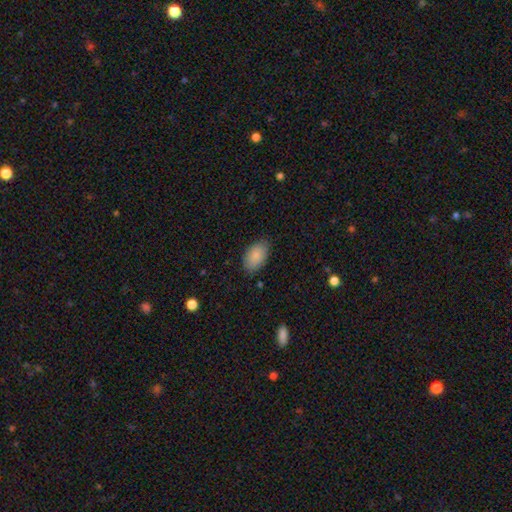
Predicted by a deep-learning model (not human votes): A smooth galaxy with no disk features (88%) that is in between round and cigar-shaped (93%).

Vote fractions:
- Smooth or featured? smooth: 88% / star or artifact: 6% / featured or disk: 5%
- How rounded? in between: 93% / round: 5% / cigar-shaped: 1%
- Merging? none: 82% / minor disturbance: 14% / major disturbance: 3% / merger: 1%